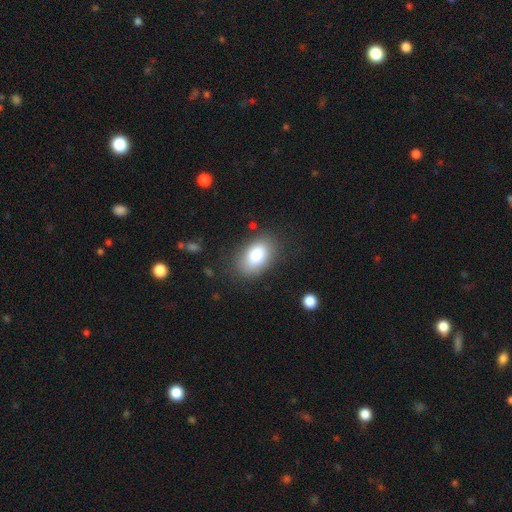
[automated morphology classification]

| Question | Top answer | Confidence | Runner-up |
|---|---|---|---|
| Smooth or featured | smooth | 82% | featured or disk (10%) |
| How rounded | in between | 87% | round (12%) |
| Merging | none | 81% | minor disturbance (12%) |